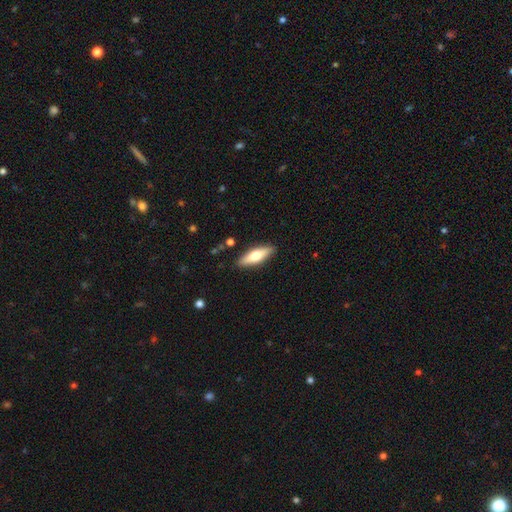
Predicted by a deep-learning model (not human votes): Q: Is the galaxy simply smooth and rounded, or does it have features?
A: smooth — 53%.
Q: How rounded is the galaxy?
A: in between — 51%.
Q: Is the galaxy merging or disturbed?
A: none — 88%.